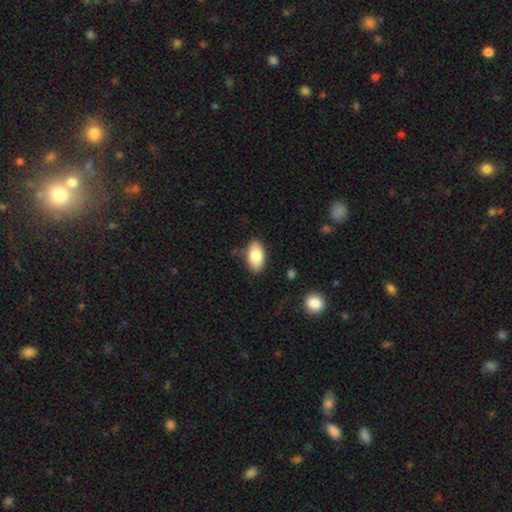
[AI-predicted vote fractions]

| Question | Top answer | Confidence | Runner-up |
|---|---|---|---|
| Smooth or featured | smooth | 84% | featured or disk (10%) |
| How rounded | in between | 94% | round (4%) |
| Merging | none | 82% | minor disturbance (13%) |